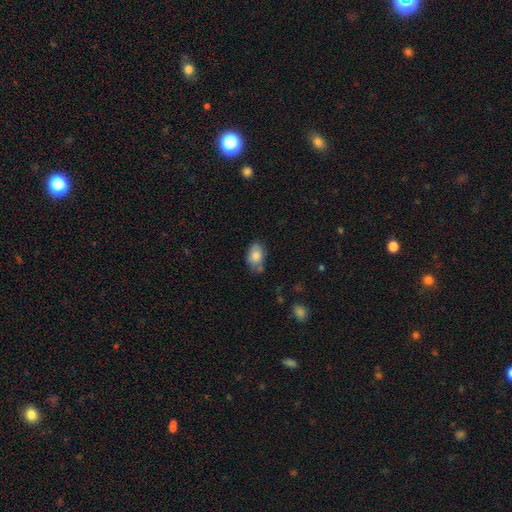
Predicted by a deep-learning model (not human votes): Morphology: type=smooth (81%); roundness=in between (88%); merging=none (59%).